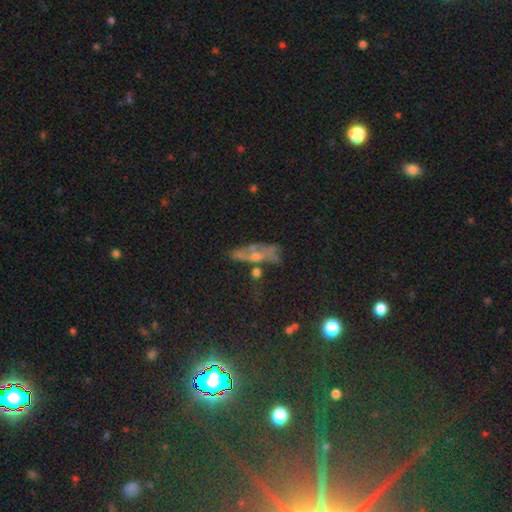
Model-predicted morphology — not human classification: smooth-or-featured: star or artifact: 35% | featured or disk: 34% | smooth: 30%